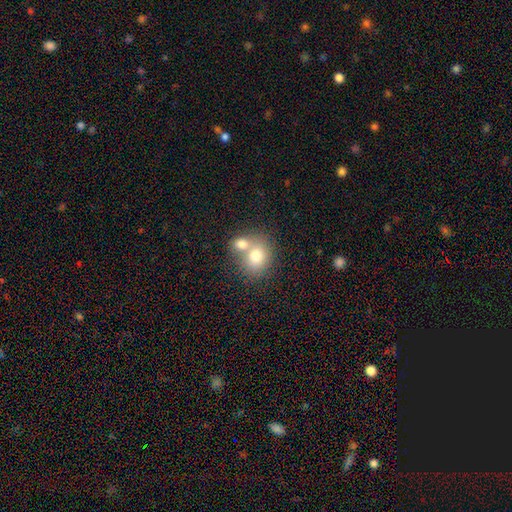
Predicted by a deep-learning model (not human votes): A smooth galaxy with no disk features (75%) that is round (65%).

Vote fractions:
- Smooth or featured? smooth: 75% / featured or disk: 16% / star or artifact: 9%
- How rounded? round: 65% / in between: 35% / cigar-shaped: 1%
- Merging? merger: 57% / none: 33% / minor disturbance: 7% / major disturbance: 3%